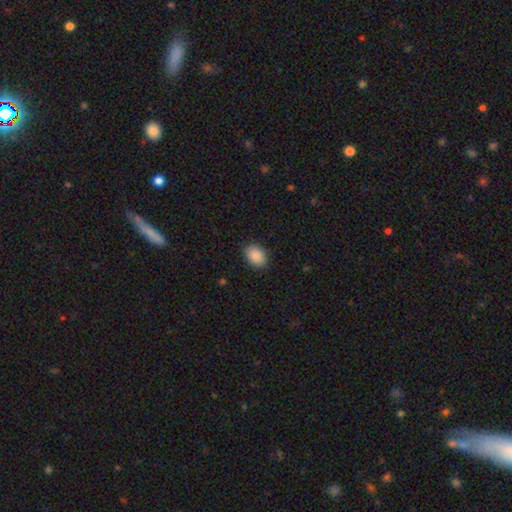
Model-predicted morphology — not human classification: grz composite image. It shows a smooth galaxy with no disk features (89%) that is in between round and cigar-shaped (75%). Merging: none (88%).